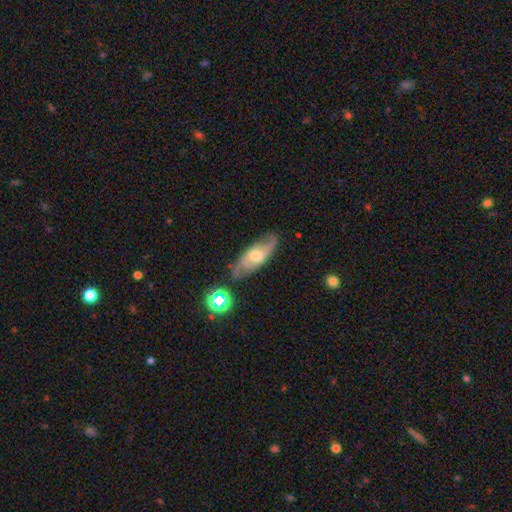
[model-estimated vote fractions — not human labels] featured or disk 61%, smooth 30%, star or artifact 9%. Down the decision tree: edge-on disk — no (77%); merging — none (74%).